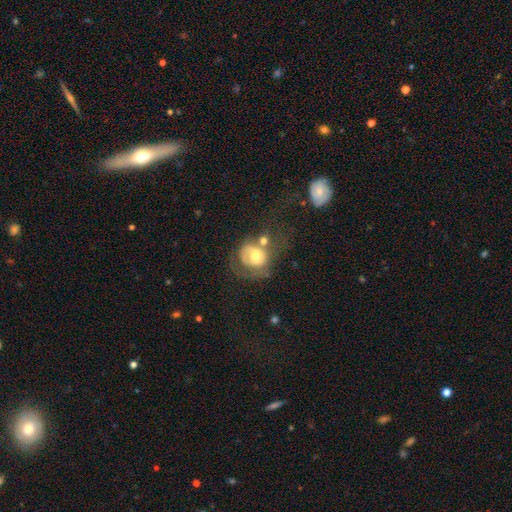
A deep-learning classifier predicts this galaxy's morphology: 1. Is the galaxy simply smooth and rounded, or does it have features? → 46% smooth, 45% featured or disk, 9% star or artifact.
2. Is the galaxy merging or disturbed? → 31% major disturbance, 26% none, 26% merger, 17% minor disturbance.